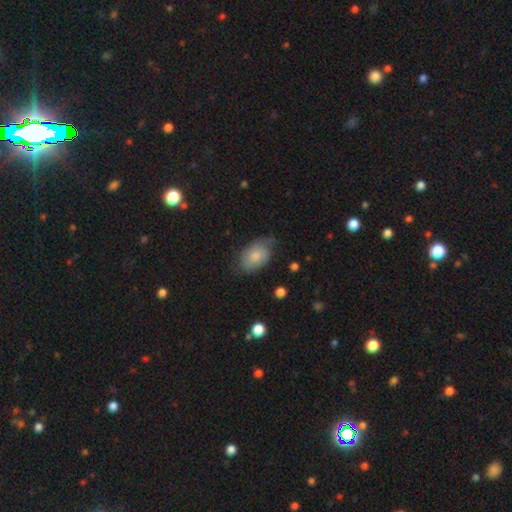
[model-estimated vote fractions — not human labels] A smooth galaxy with no disk features (73%) that is in between round and cigar-shaped (89%).

Vote fractions:
- Smooth or featured? smooth: 73% / featured or disk: 20% / star or artifact: 7%
- How rounded? in between: 89% / round: 9% / cigar-shaped: 1%
- Merging? none: 61% / minor disturbance: 29% / major disturbance: 8% / merger: 2%